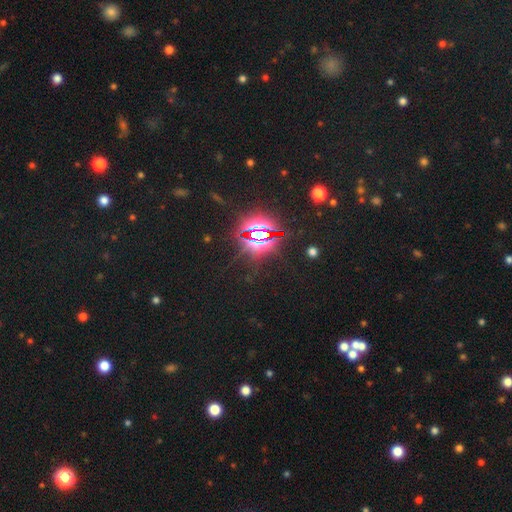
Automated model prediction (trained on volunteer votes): This is clearly a star or artifact rather than a galaxy (82%).